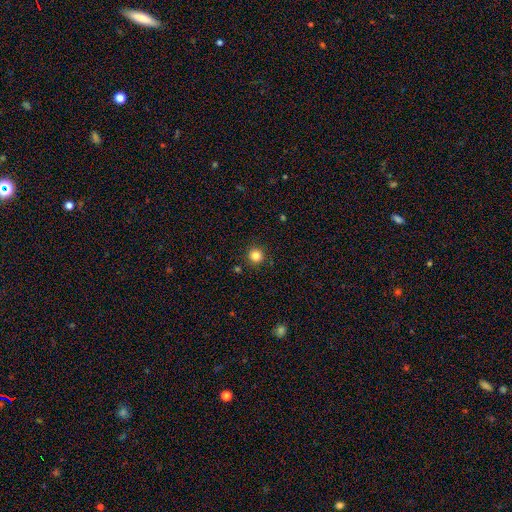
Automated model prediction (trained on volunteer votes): Q: Smooth or featured?
A: smooth (84%); runner-up: star or artifact (12%)
Q: How rounded?
A: round (95%); runner-up: in between (4%)
Q: Merging?
A: none (91%); runner-up: minor disturbance (6%)